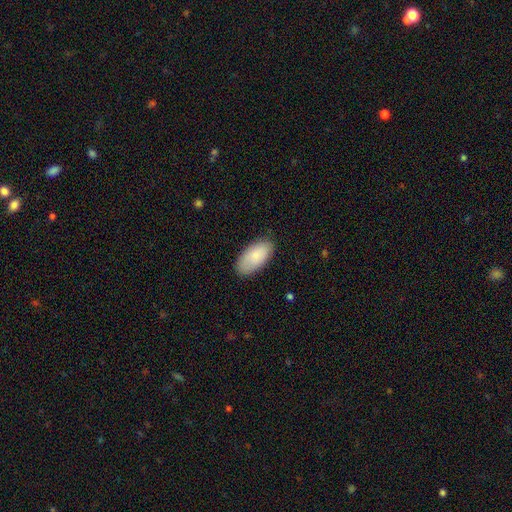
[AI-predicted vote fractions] A smooth galaxy with no disk features (85%) that is in between round and cigar-shaped (95%). Merging: none (84%).